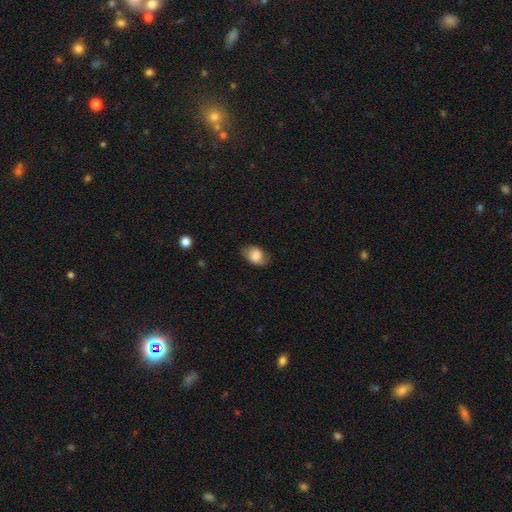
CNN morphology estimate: A smooth galaxy with no disk features (81%) that is in between round and cigar-shaped (82%).

Vote fractions:
- Smooth or featured? smooth: 81% / featured or disk: 11% / star or artifact: 8%
- How rounded? in between: 82% / round: 17% / cigar-shaped: 1%
- Merging? none: 74% / minor disturbance: 19% / major disturbance: 6% / merger: 1%